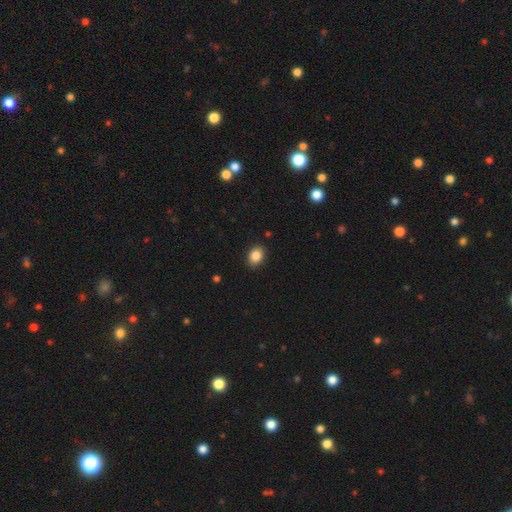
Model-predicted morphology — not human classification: Smooth or featured? Predicted: smooth (p=0.86). How rounded? Predicted: in between (p=0.67). Merging? Predicted: none (p=0.88).